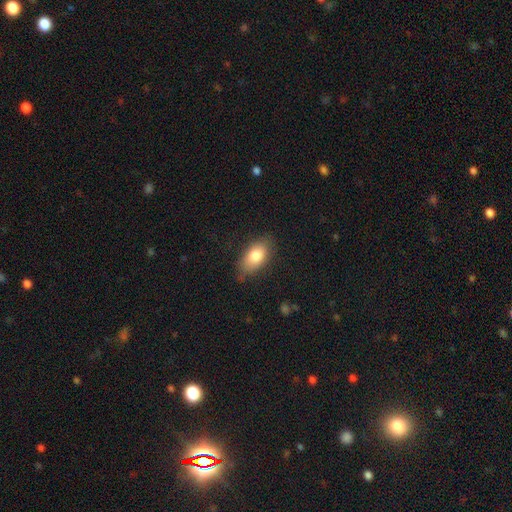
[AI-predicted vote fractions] Q: Smooth or featured?
A: smooth (81%); runner-up: featured or disk (12%)
Q: How rounded?
A: in between (90%); runner-up: round (6%)
Q: Merging?
A: none (74%); runner-up: minor disturbance (20%)